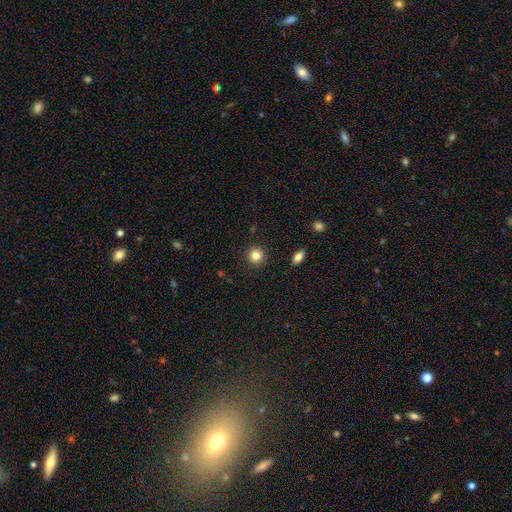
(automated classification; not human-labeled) A smooth galaxy with no disk features (83%) that is round (93%). Merging: none (92%).